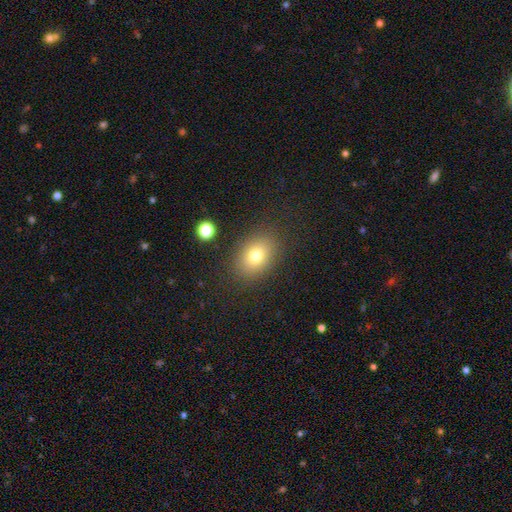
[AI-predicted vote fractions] smooth_or_featured: smooth (p=0.77) [alt: featured or disk p=0.12]
how_rounded: in between (p=0.73) [alt: round p=0.26]
merging: none (p=0.84) [alt: minor disturbance p=0.10]